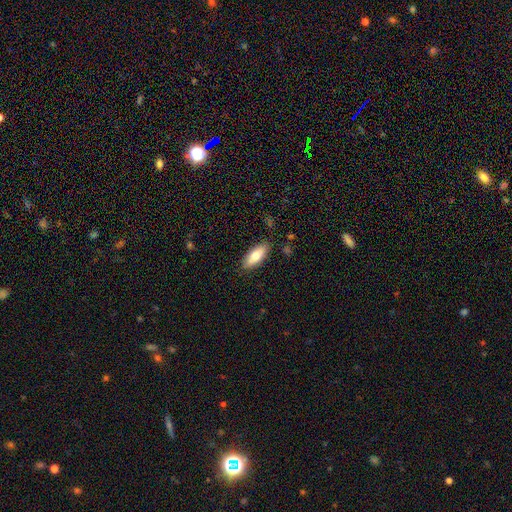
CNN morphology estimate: Smooth or featured? Predicted: smooth (p=0.76). How rounded? Predicted: in between (p=0.77). Merging? Predicted: none (p=0.86).